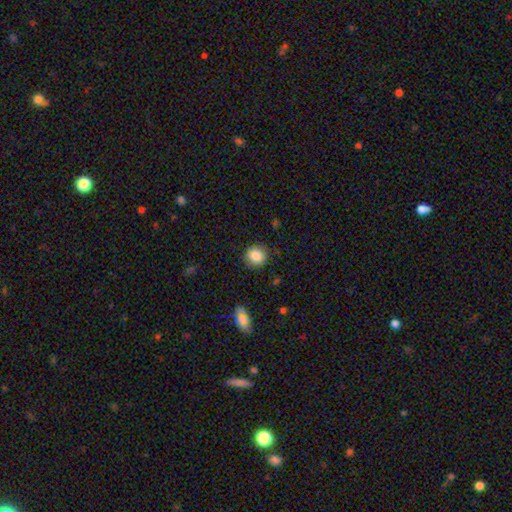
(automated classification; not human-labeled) smooth-or-featured: smooth: 86% | star or artifact: 9% | featured or disk: 5%
  how-rounded: round: 90% | in between: 9% | cigar-shaped: 1%
  merging: none: 89% | minor disturbance: 8% | major disturbance: 2% | merger: 1%